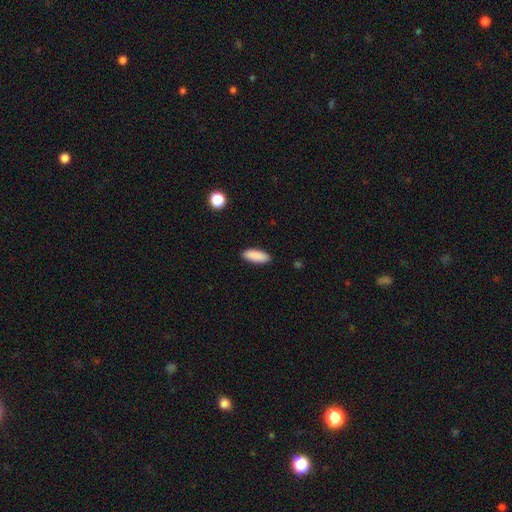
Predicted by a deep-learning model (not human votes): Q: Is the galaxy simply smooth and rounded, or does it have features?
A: smooth — 90%.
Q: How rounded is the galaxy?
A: in between — 70%.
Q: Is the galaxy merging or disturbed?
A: none — 90%.